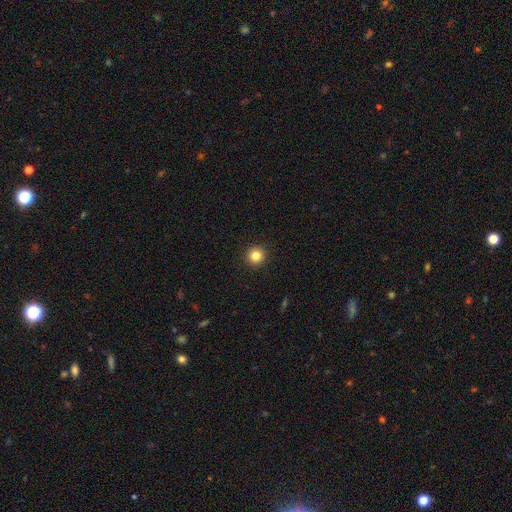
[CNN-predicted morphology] Smooth or featured: smooth — 84% (star or artifact — 11%)
How rounded: round — 95% (in between — 4%)
Merging: none — 93% (minor disturbance — 4%)